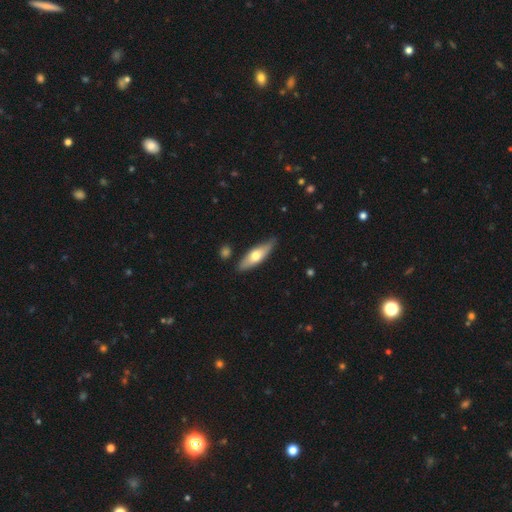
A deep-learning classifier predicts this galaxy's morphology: smooth-or-featured: smooth: 56% | featured or disk: 39% | star or artifact: 5%
  how-rounded: cigar-shaped: 51% | in between: 46% | round: 2%
  merging: none: 82% | minor disturbance: 13% | merger: 3% | major disturbance: 2%